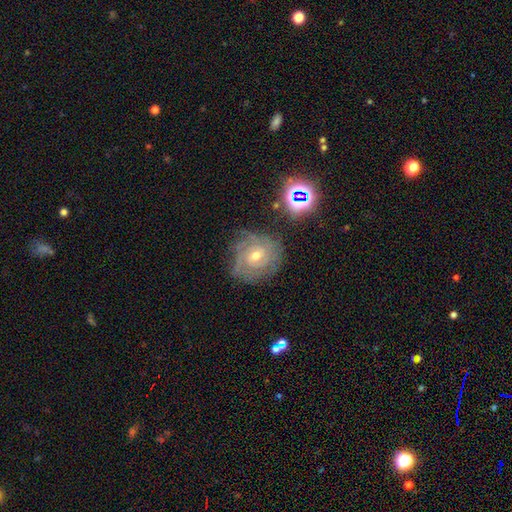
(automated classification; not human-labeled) A featured or disk galaxy (75%) with no bar (66%), tight (73%) spiral arms (92%) and a moderate central bulge (53%). Merging: none (71%).